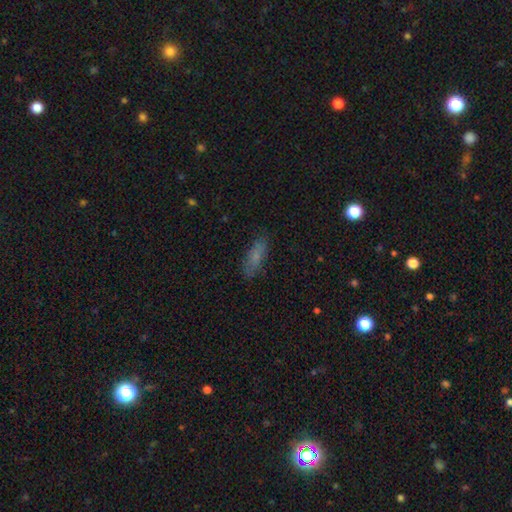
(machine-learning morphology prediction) type=smooth (74%); roundness=in between (56%); merging=none (82%).